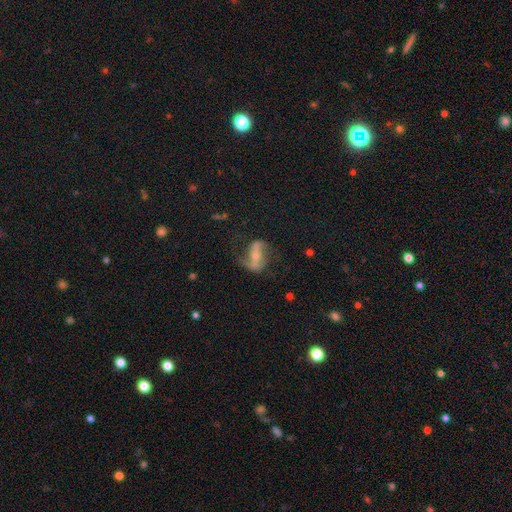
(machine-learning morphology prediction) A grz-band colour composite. It shows a featured or disk galaxy (78%) with a strong bar (49%), 2 (87%) loose (61%) spiral arms (90%) and a small central bulge (55%). Merging: none (63%).